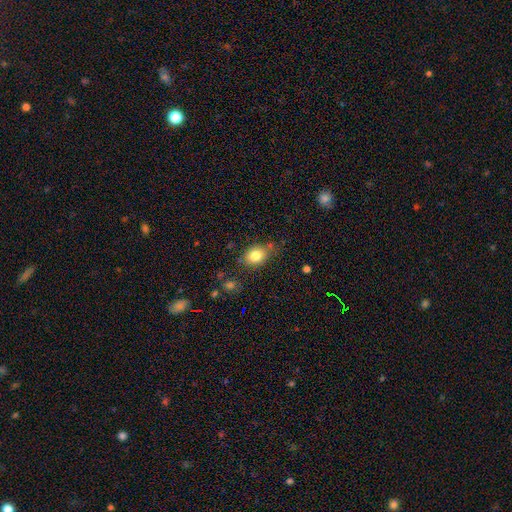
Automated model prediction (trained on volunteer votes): A smooth galaxy with no disk features (80%) that is in between round and cigar-shaped (59%). Merging: none (68%).